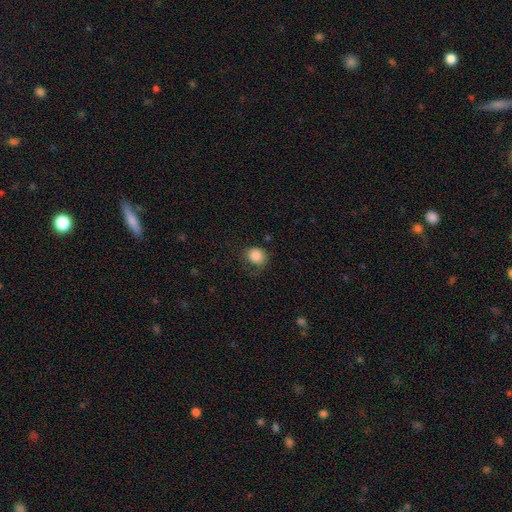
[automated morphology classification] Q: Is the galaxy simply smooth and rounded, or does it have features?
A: smooth — 86%.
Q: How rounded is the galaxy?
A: round — 73%.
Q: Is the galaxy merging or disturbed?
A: none — 58%.